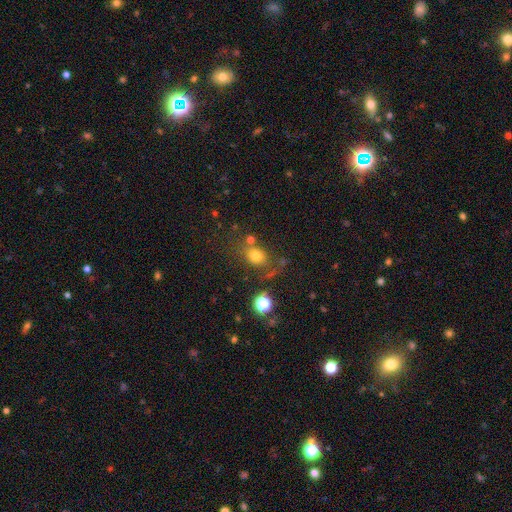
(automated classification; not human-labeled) Smooth or featured? smooth (72%)
How rounded? round (55%)
Merging? none (65%)